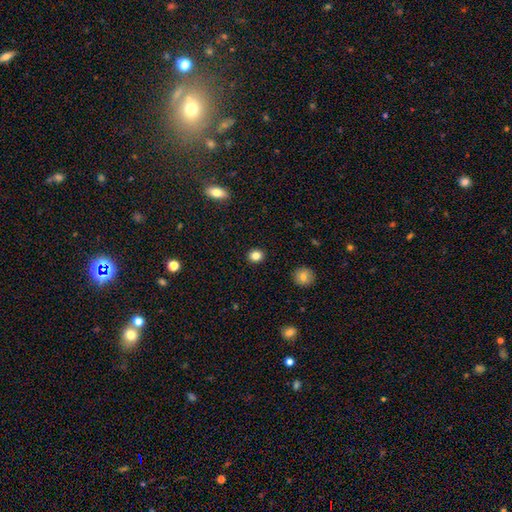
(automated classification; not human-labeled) Smooth or featured? smooth (84%)
How rounded? round (75%)
Merging? none (91%)